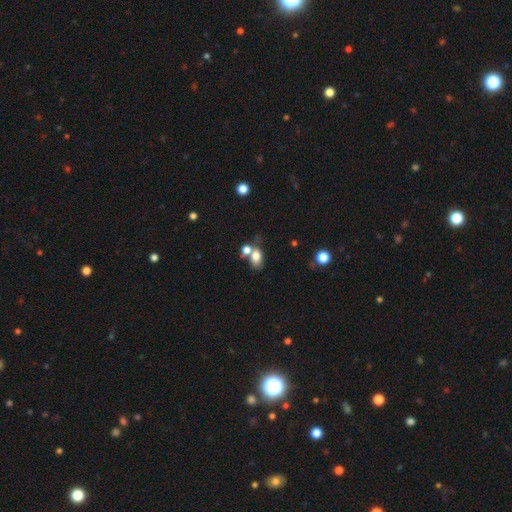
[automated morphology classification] The model was most divided on "merging": merger: 42%, none: 39%, minor disturbance: 12%, major disturbance: 6%. More confident: how rounded — in between (79%); smooth or featured — smooth (79%).